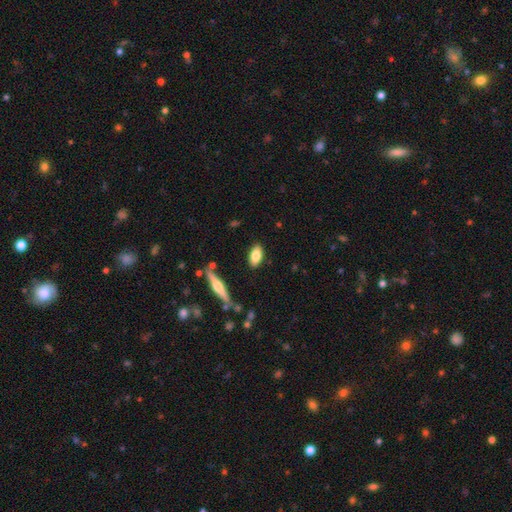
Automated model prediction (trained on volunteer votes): Overall: smooth (79%). How rounded: in between (87%). Merging: none (86%).